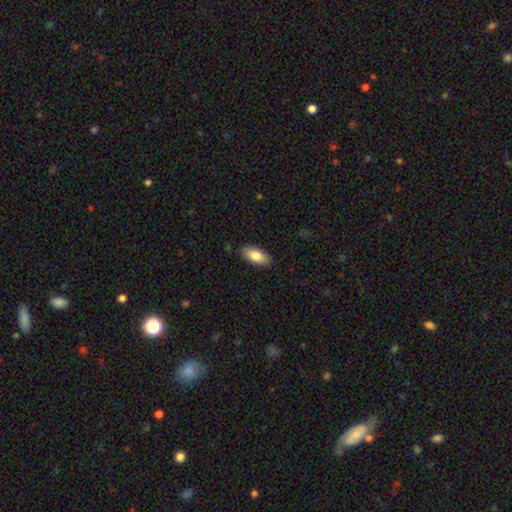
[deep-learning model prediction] Smooth or featured? smooth (81%)
How rounded? in between (85%)
Merging? none (87%)